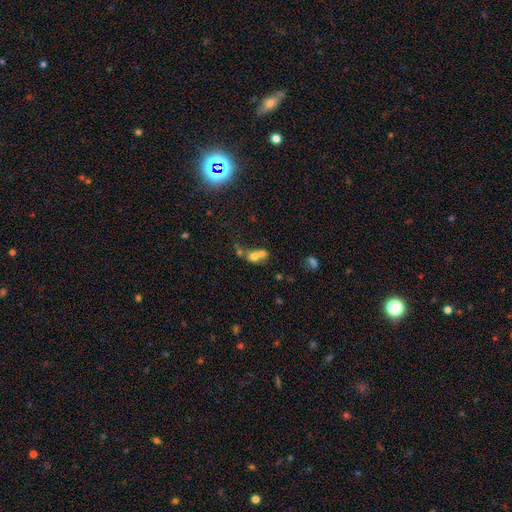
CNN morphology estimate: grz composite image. It shows a smooth galaxy with no disk features (65%) that is round (60%). Merging: merger (67%).